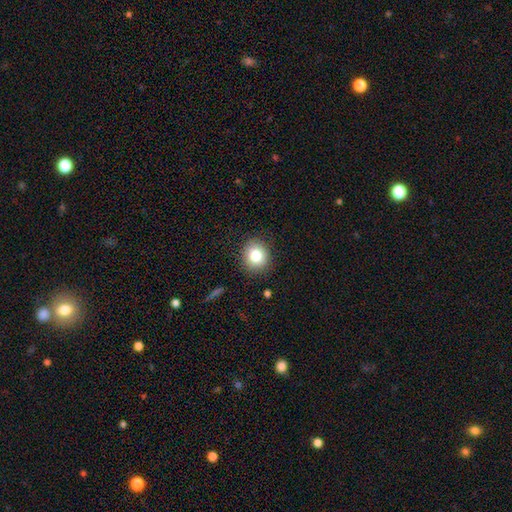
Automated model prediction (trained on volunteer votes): smooth 80%, star or artifact 10%, featured or disk 9%. Down the decision tree: how rounded — round (80%); merging — none (88%).